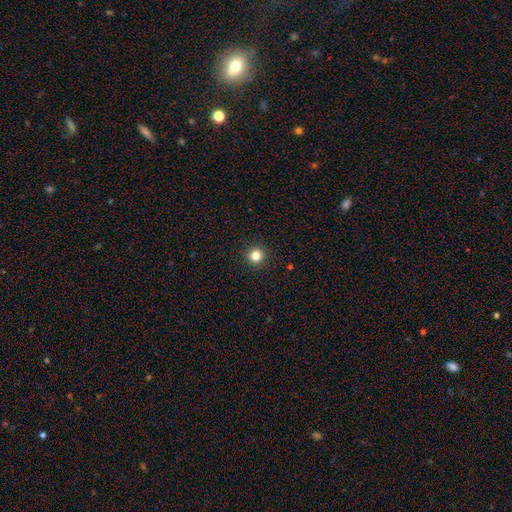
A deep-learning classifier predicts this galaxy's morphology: Smooth or featured: smooth — 82% (star or artifact — 14%)
How rounded: round — 96% (in between — 3%)
Merging: none — 94% (minor disturbance — 4%)